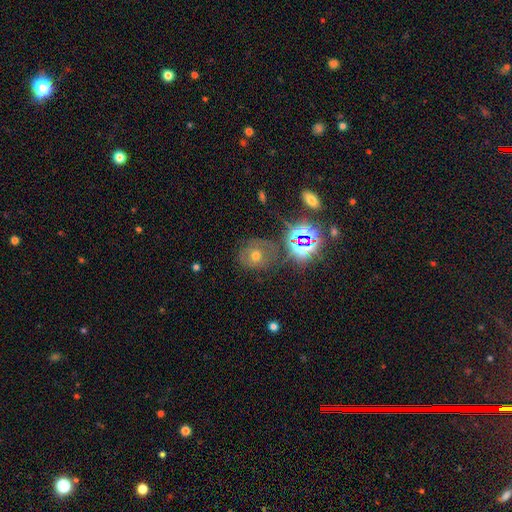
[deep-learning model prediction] Q: Smooth or featured?
A: smooth (45%); runner-up: star or artifact (30%)
Q: Merging?
A: none (69%); runner-up: minor disturbance (17%)